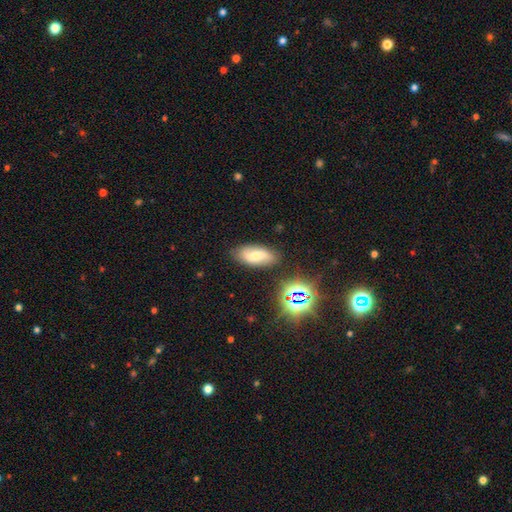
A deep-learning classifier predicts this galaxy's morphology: This is possibly a smooth galaxy (49%). Merging: clearly none (81%).